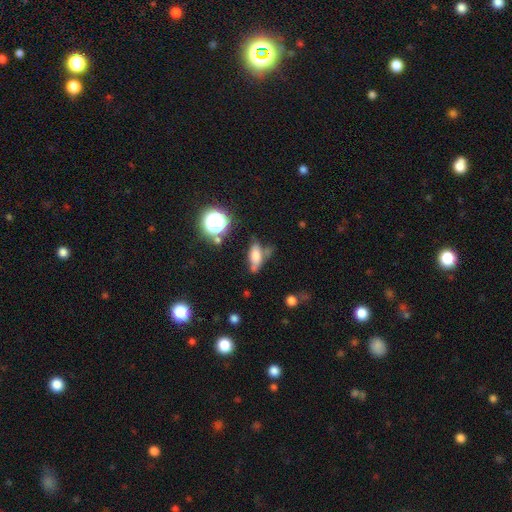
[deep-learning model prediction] Smooth or featured: smooth — 65% (featured or disk — 21%)
How rounded: in between — 72% (cigar-shaped — 20%)
Merging: none — 49% (minor disturbance — 28%)